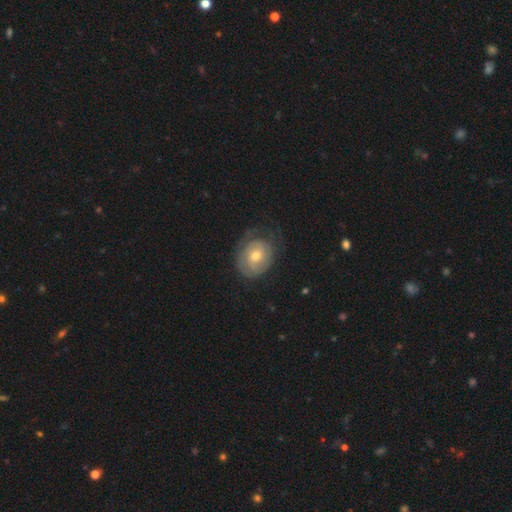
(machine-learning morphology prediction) Overall: featured or disk (54%; smooth 39%). Edge-on disk: no (96%). Bar: no (73%). Spiral arms: yes (67%; no 33%). Bulge size: moderate (66%; small 27%). Merging: none (60%; minor disturbance 25%).